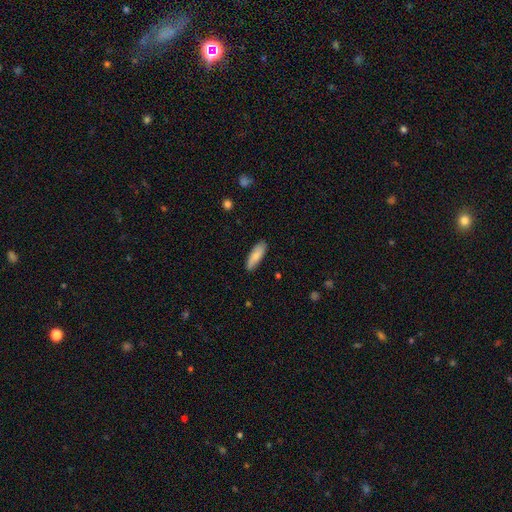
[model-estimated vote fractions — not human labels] smooth-or-featured: smooth: 81% | featured or disk: 13% | star or artifact: 6%
  how-rounded: in between: 56% | cigar-shaped: 42% | round: 2%
  merging: none: 85% | minor disturbance: 11% | major disturbance: 2% | merger: 1%